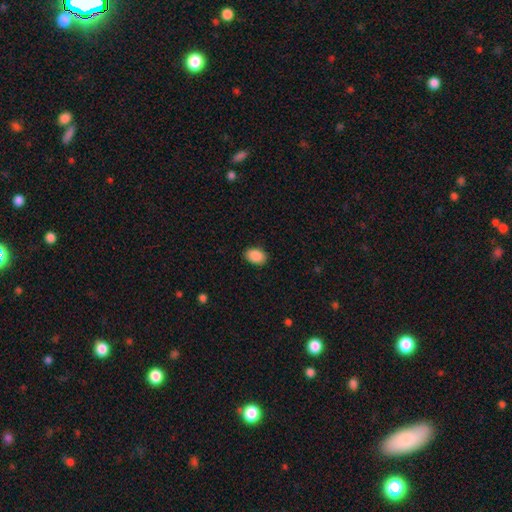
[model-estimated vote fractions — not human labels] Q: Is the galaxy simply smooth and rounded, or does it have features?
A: smooth — 90%.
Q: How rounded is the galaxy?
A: in between — 82%.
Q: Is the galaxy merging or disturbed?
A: none — 88%.